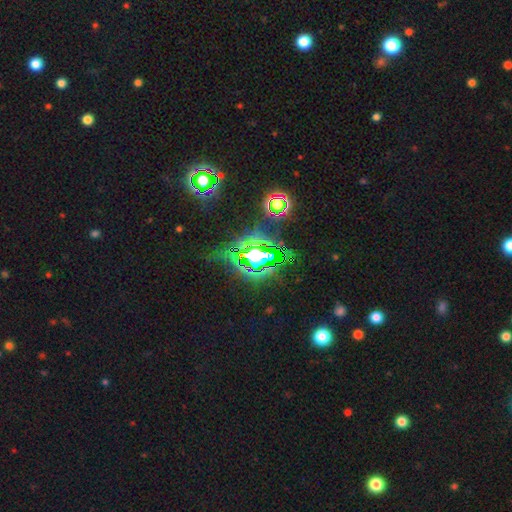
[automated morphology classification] Smooth or featured? star or artifact (73%)